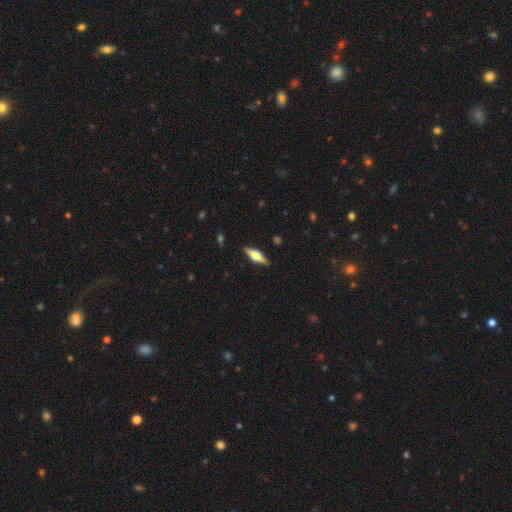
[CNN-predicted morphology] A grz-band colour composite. It shows a featured or disk galaxy (64%) viewed edge-on (97%) with a rounded central bulge (90%). Merging: none (89%).